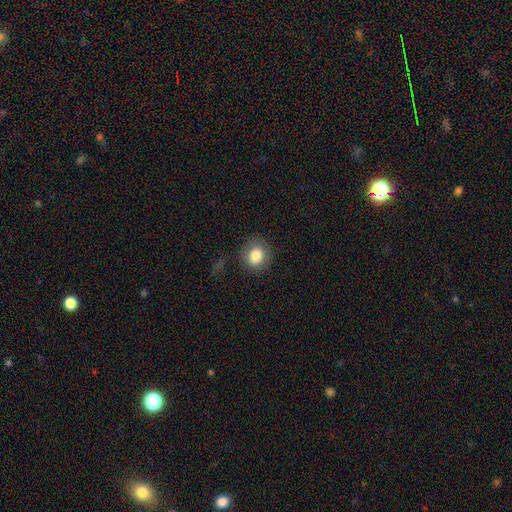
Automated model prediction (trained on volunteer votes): Morphology: type=smooth (82%); roundness=round (72%); merging=none (77%).